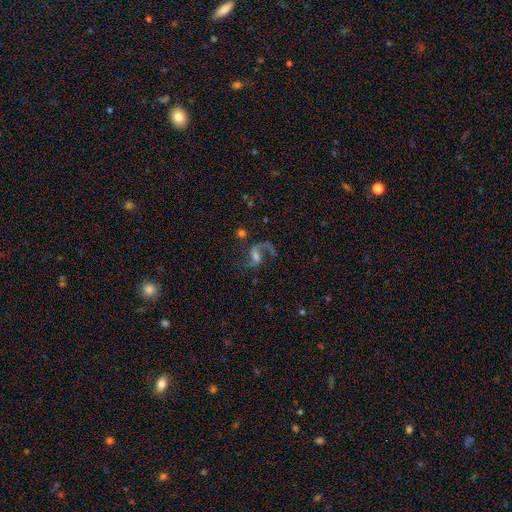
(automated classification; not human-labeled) A featured or disk galaxy (84%) with a weak bar (48%), 2 (81%) loose (67%) spiral arms (96%) and a moderate central bulge (39%).

Vote fractions:
- Smooth or featured? featured or disk: 84% / star or artifact: 8% / smooth: 7%
- Edge-on disk? no: 97% / yes: 3%
- Bar? weak: 48% / no: 31% / strong: 22%
- Spiral arms? yes: 96% / no: 4%
- Spiral winding? loose: 67% / medium: 28% / tight: 4%
- Spiral arm count? 2: 81% / 1: 14% / can't tell: 2% / 3: 1% / 4: 1% / more than 4: 1%
- Bulge size? moderate: 39% / small: 30% / none: 17% / large: 12% / dominant: 2%
- Merging? none: 62% / major disturbance: 19% / minor disturbance: 15% / merger: 4%